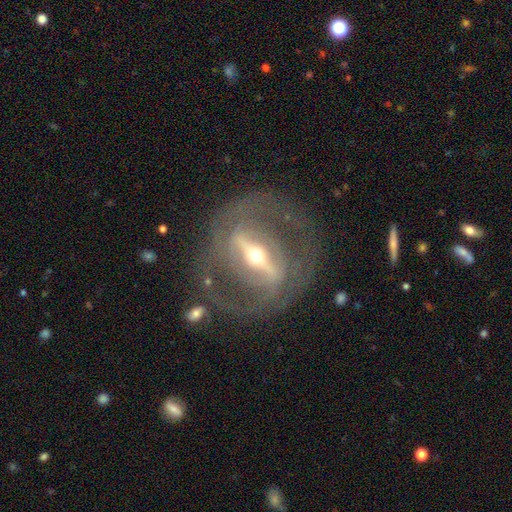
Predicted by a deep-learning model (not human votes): A featured or disk galaxy (86%) with a strong bar (80%), spiral arms (61%) and a small central bulge (47%, tied with moderate).

Vote fractions:
- Smooth or featured? featured or disk: 86% / smooth: 8% / star or artifact: 6%
- Edge-on disk? no: 83% / yes: 17%
- Bar? strong: 80% / weak: 14% / no: 6%
- Spiral arms? yes: 61% / no: 39%
- Bulge size? small: 47% (tied) / moderate: 47% (tied) / large: 4% / dominant: 1% / none: 1%
- Merging? none: 69% / major disturbance: 15% / minor disturbance: 13% / merger: 3%